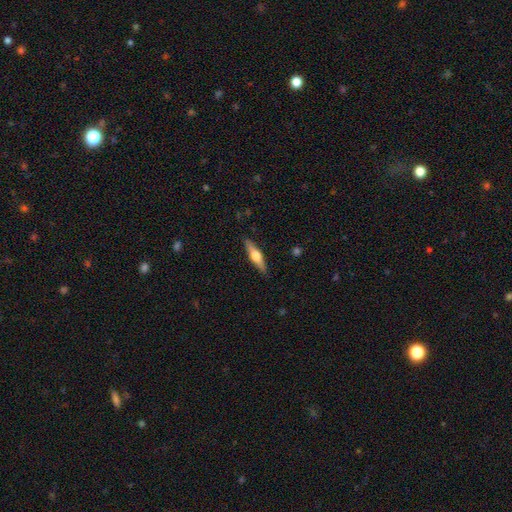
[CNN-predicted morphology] type=featured or disk (58%); edge-on=yes (95%); edge-on bulge=rounded (94%); merging=none (89%).